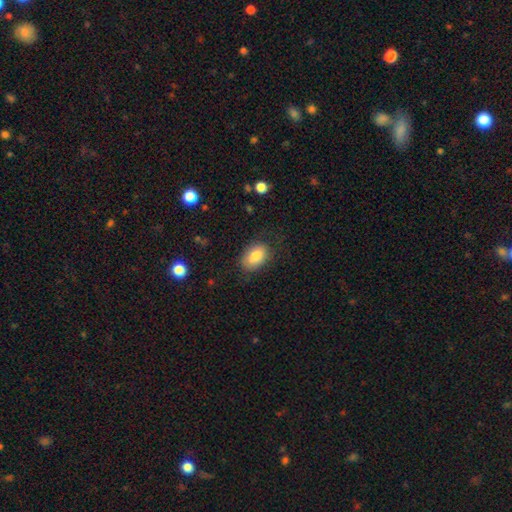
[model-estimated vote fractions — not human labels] This appears to be a smooth galaxy with no disk features (82%) that is in between round and cigar-shaped (87%). Merging: none (75%).